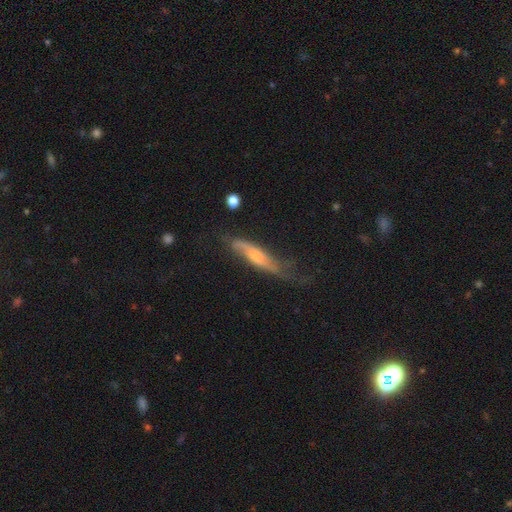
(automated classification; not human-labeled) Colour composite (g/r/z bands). It shows a featured or disk galaxy (61%) viewed edge-on (54%). Merging: none (48%).